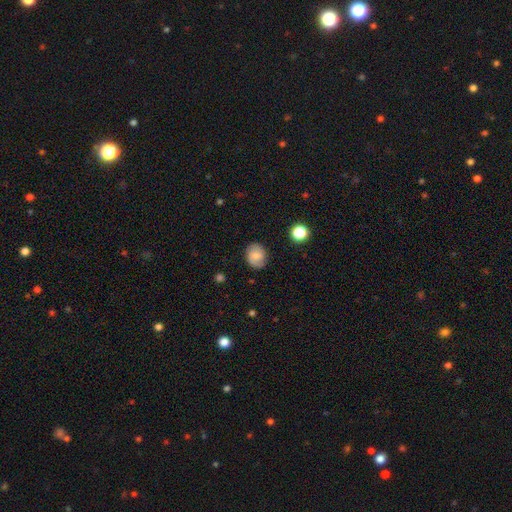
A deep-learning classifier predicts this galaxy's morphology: The model was most divided on "smooth or featured": smooth: 52%, featured or disk: 39%, star or artifact: 9%. More confident: merging — none (83%); how rounded — round (57%).